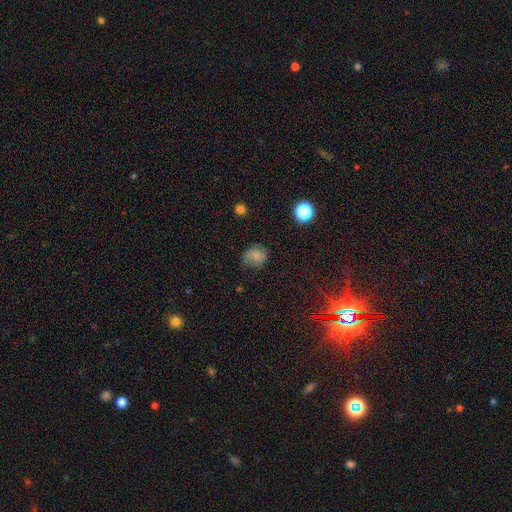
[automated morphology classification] Smooth or featured: smooth — 67% (featured or disk — 18%)
How rounded: round — 64% (in between — 35%)
Merging: none — 57% (minor disturbance — 29%)